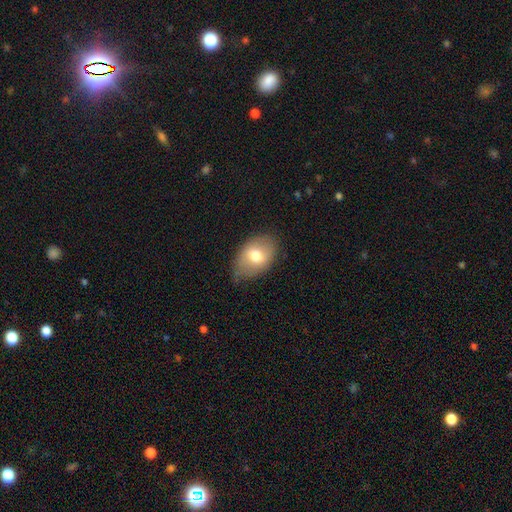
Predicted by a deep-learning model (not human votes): Smooth or featured?
  - smooth: 72% *
  - featured or disk: 21%
  - star or artifact: 7%
How rounded?
  - in between: 85% *
  - round: 14%
  - cigar-shaped: 1%
Merging?
  - none: 70% *
  - minor disturbance: 24%
  - major disturbance: 5%
  - merger: 1%